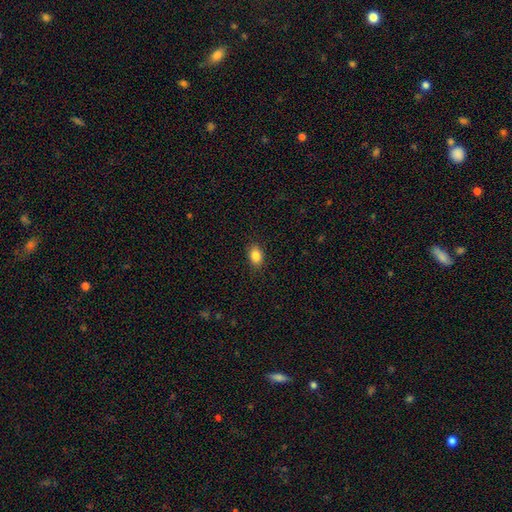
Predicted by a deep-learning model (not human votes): A smooth galaxy with no disk features (86%) that is in between round and cigar-shaped (82%). Merging: none (88%).